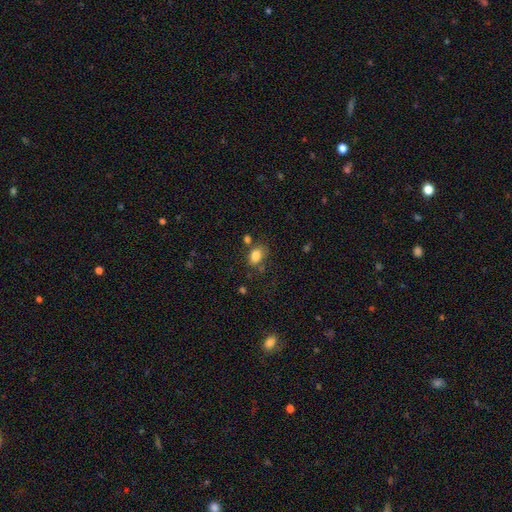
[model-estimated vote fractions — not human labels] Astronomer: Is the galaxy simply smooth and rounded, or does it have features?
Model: smooth — 82%.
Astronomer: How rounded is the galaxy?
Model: in between — 75%.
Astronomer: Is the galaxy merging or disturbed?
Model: none — 62%.